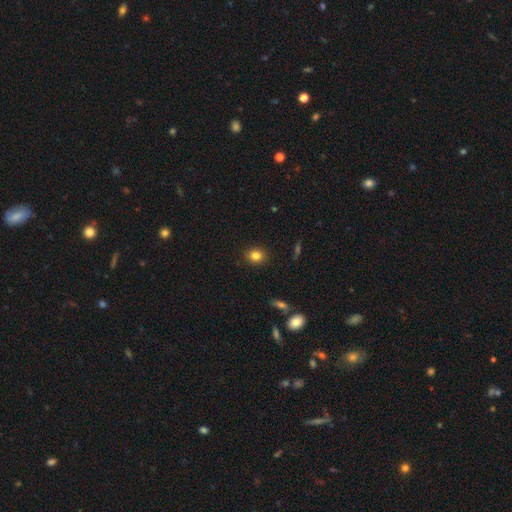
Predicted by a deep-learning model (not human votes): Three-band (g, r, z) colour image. It shows a smooth galaxy with no disk features (83%) that is round (59%). Merging: none (90%).